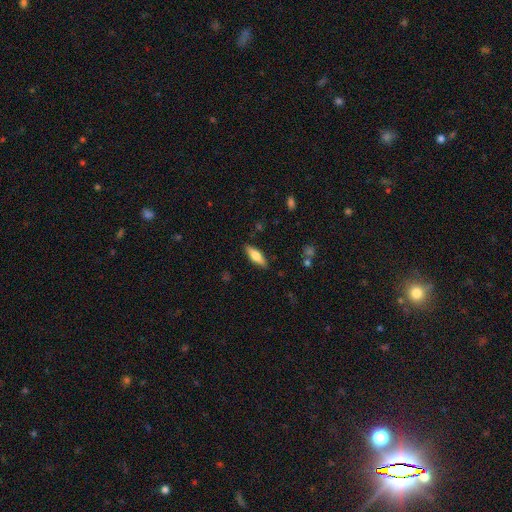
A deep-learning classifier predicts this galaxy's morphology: Overall: smooth (57%; featured or disk 36%). How rounded: in between (52%; cigar-shaped 46%). Merging: none (88%).